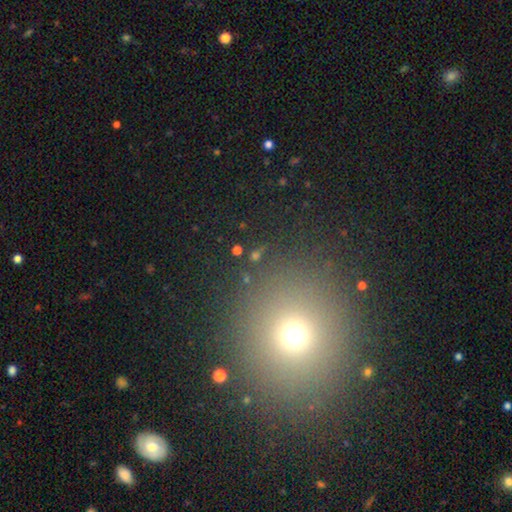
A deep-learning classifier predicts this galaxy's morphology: Smooth or featured?
  - smooth: 50% *
  - star or artifact: 41%
  - featured or disk: 9%
How rounded?
  - round: 85% *
  - in between: 13%
  - cigar-shaped: 2%
Merging?
  - none: 86% *
  - minor disturbance: 6%
  - merger: 4%
  - major disturbance: 4%